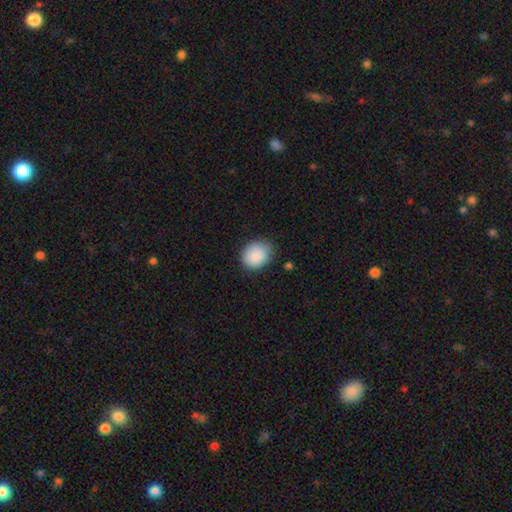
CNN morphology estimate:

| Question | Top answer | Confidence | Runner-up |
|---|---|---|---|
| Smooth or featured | smooth | 88% | star or artifact (7%) |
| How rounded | round | 65% | in between (34%) |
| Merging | none | 77% | minor disturbance (18%) |